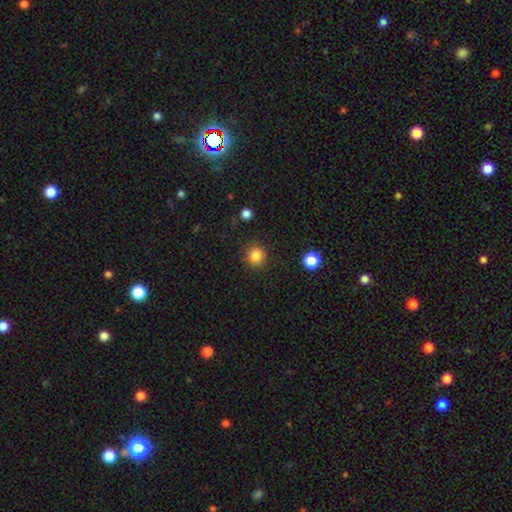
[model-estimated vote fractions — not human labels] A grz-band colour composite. It shows a smooth galaxy with no disk features (85%) that is round (89%). Merging: none (88%).